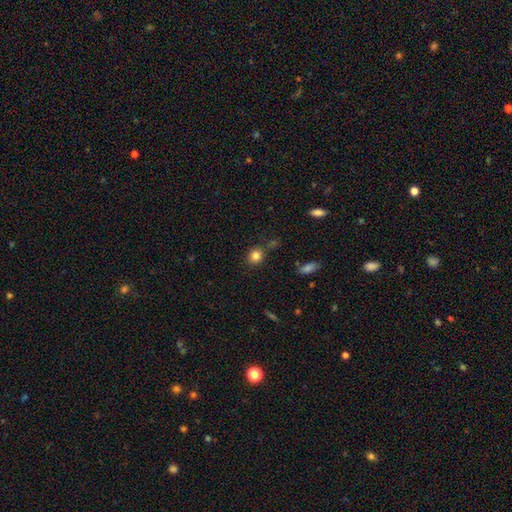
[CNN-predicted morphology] Smooth or featured? Predicted: smooth (p=0.83). How rounded? Predicted: round (p=0.79). Merging? Predicted: none (p=0.80).